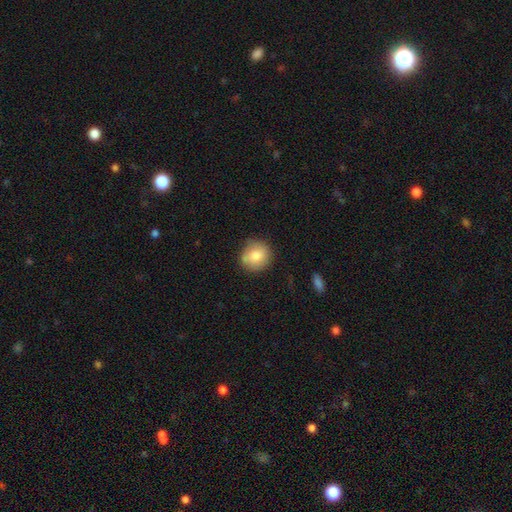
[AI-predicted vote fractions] This appears to be a smooth galaxy with no disk features (81%) that is round (87%). Merging: none (82%).